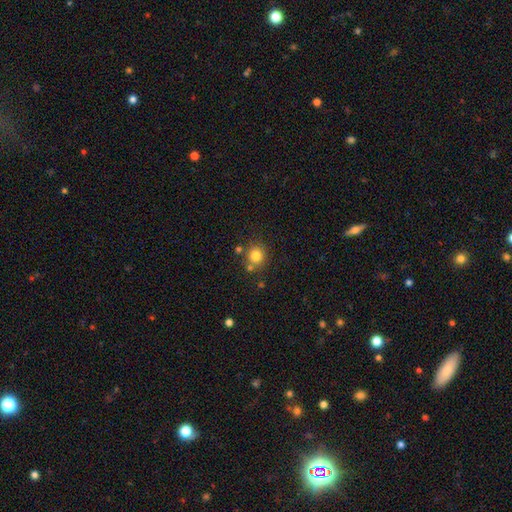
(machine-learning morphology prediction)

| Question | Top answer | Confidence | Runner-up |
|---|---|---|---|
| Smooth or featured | smooth | 80% | star or artifact (12%) |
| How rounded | round | 89% | in between (10%) |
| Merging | none | 73% | merger (13%) |